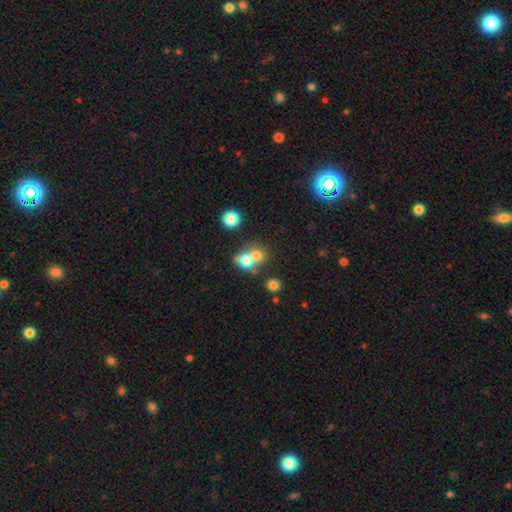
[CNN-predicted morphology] type=smooth (69%); roundness=round (71%); merging=merger (58%).